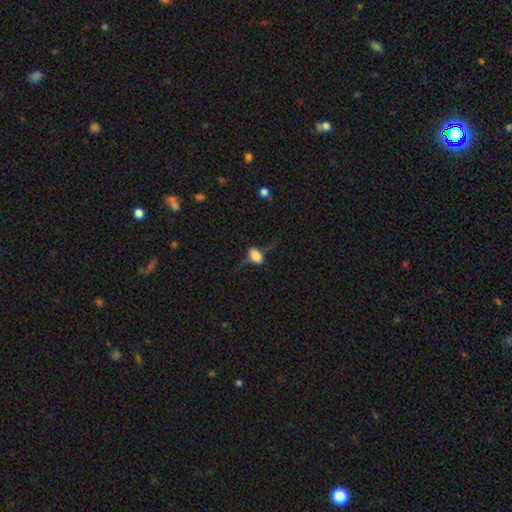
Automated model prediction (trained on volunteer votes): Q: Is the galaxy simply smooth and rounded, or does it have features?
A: smooth — 63%.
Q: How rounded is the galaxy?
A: in between — 85%.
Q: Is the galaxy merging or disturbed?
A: none — 49%.